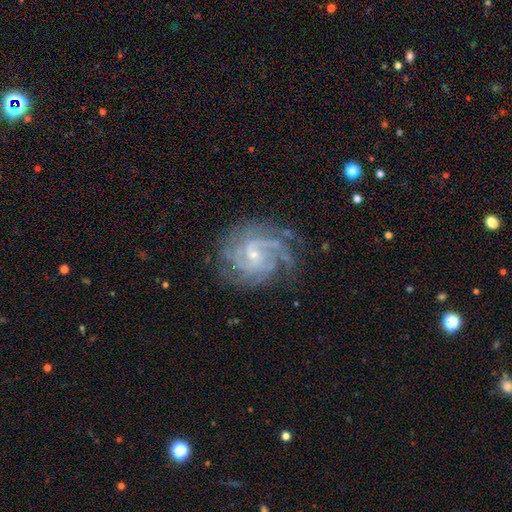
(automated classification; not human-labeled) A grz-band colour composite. It shows a featured or disk galaxy (87%) with no bar (50%), tight (63%) spiral arms (98%) and a small central bulge (73%). Merging: none (75%).